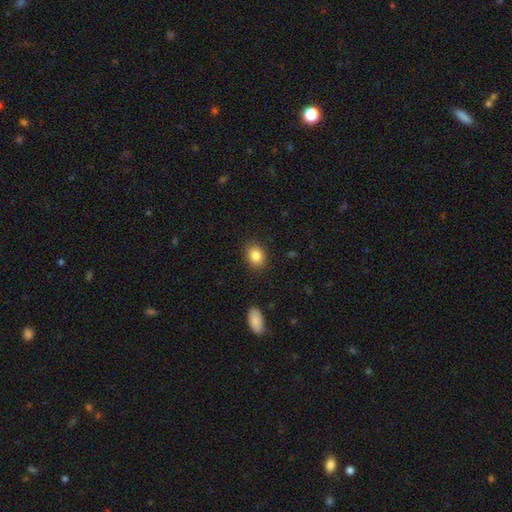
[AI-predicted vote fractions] Q: Smooth or featured?
A: smooth (85%); runner-up: star or artifact (9%)
Q: How rounded?
A: in between (50%); runner-up: round (49%)
Q: Merging?
A: none (87%); runner-up: minor disturbance (9%)